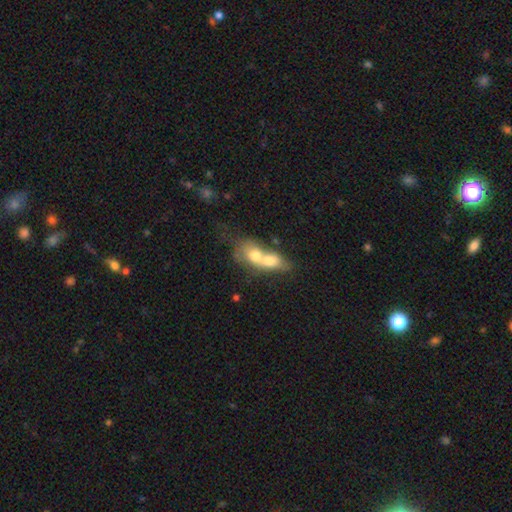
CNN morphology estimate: A smooth galaxy with no disk features (65%) that is in between round and cigar-shaped (61%).

Vote fractions:
- Smooth or featured? smooth: 65% / featured or disk: 27% / star or artifact: 8%
- How rounded? in between: 61% / round: 33% / cigar-shaped: 6%
- Merging? merger: 83% / none: 9% / minor disturbance: 4% / major disturbance: 4%